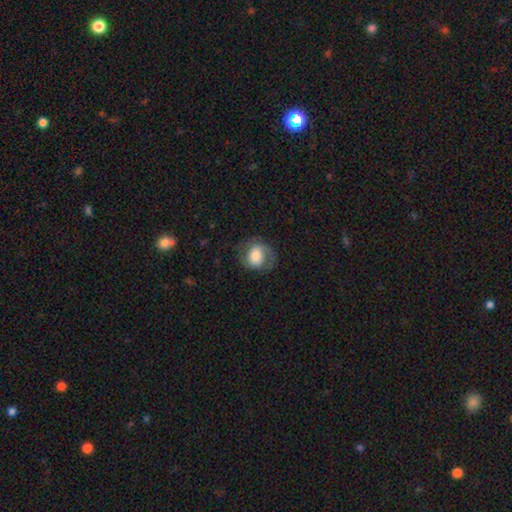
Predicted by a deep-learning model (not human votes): smooth_or_featured: smooth (p=0.48) [alt: featured or disk p=0.44]
merging: none (p=0.61) [alt: minor disturbance p=0.22]